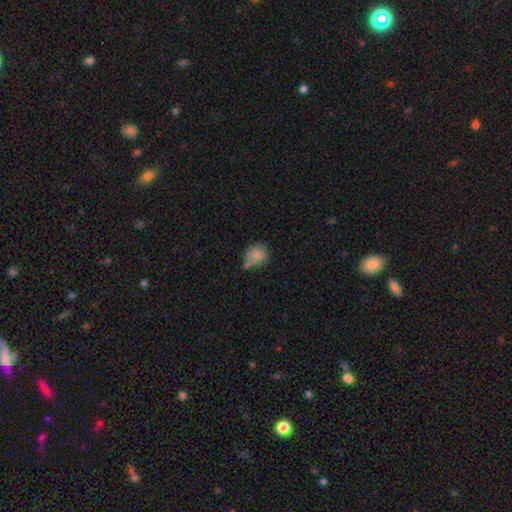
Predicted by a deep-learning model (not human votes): Smooth or featured?
  - smooth: 80% *
  - featured or disk: 10%
  - star or artifact: 10%
How rounded?
  - round: 70% *
  - in between: 29%
  - cigar-shaped: 1%
Merging?
  - none: 45% *
  - minor disturbance: 27%
  - merger: 18%
  - major disturbance: 10%